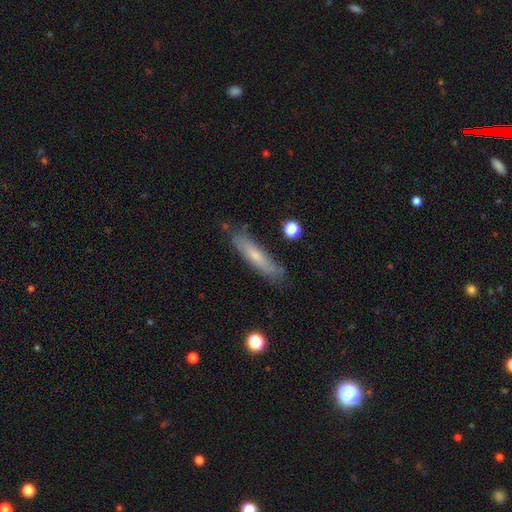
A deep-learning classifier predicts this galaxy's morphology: This is possibly a smooth galaxy (58%). How rounded: clearly cigar-shaped (84%). Merging: likely none (77%).